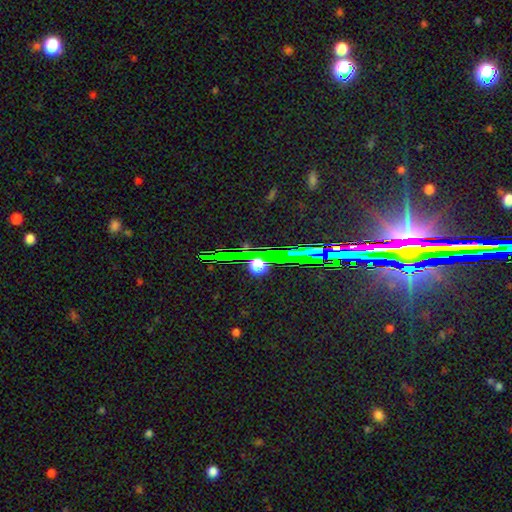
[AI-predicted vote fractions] Smooth or featured?
  - star or artifact: 71% *
  - featured or disk: 18%
  - smooth: 12%